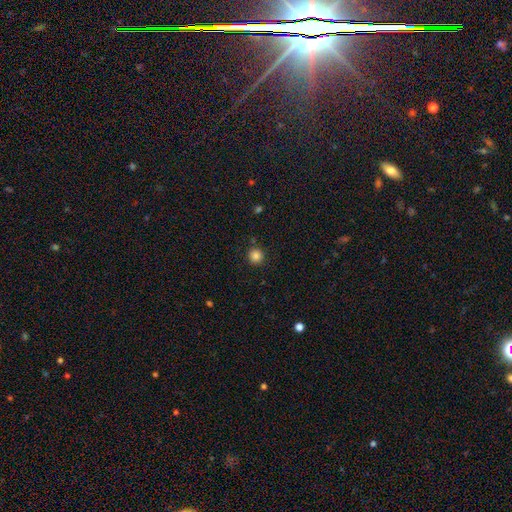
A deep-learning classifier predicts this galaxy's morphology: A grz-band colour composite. It shows a smooth galaxy with no disk features (85%) that is round (94%). Merging: none (88%).